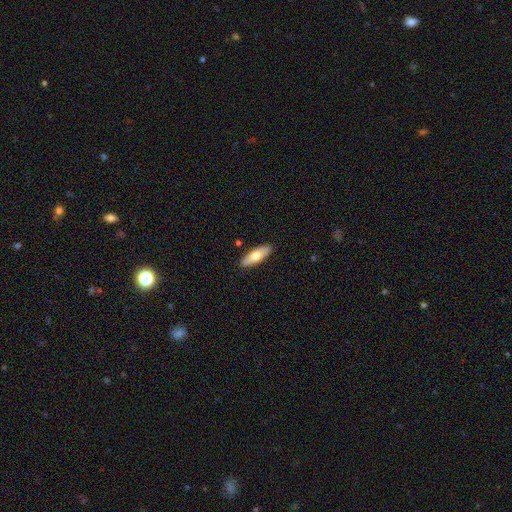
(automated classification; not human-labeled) The model was most divided on "how rounded": in between: 63%, cigar-shaped: 35%, round: 2%. More confident: merging — none (89%); smooth or featured — smooth (68%).